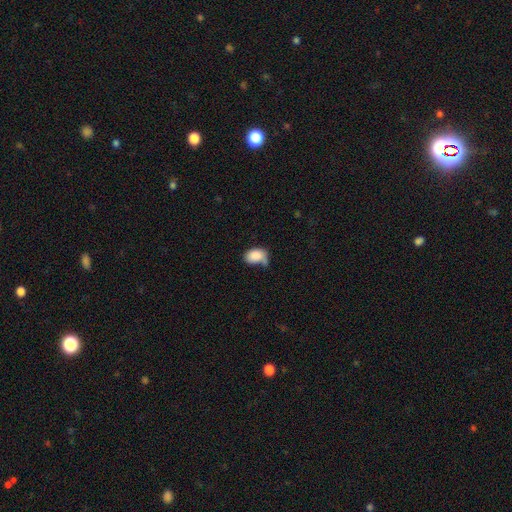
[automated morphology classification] Q: Smooth or featured?
A: smooth (83%); runner-up: featured or disk (9%)
Q: How rounded?
A: in between (81%); runner-up: round (18%)
Q: Merging?
A: none (37%); runner-up: minor disturbance (29%)